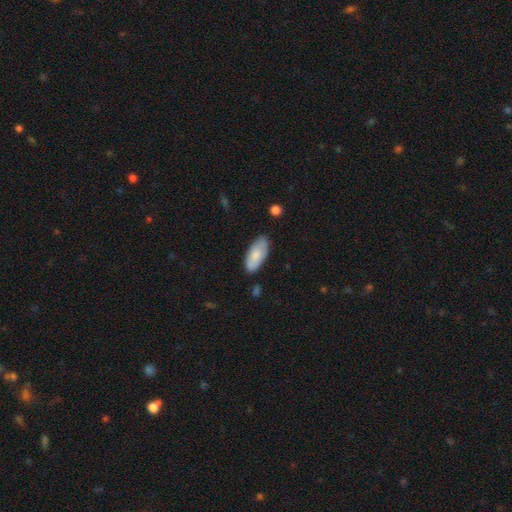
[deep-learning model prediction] Smooth or featured? Predicted: smooth (p=0.77). How rounded? Predicted: in between (p=0.89). Merging? Predicted: none (p=0.78).